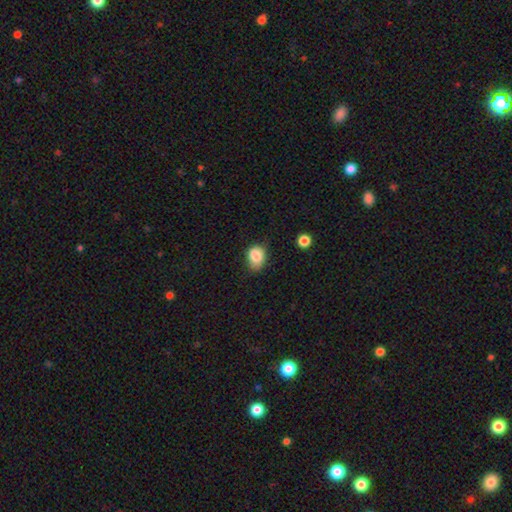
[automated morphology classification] smooth 84%, star or artifact 9%, featured or disk 7%. Down the decision tree: how rounded — in between (64%); merging — none (51%).